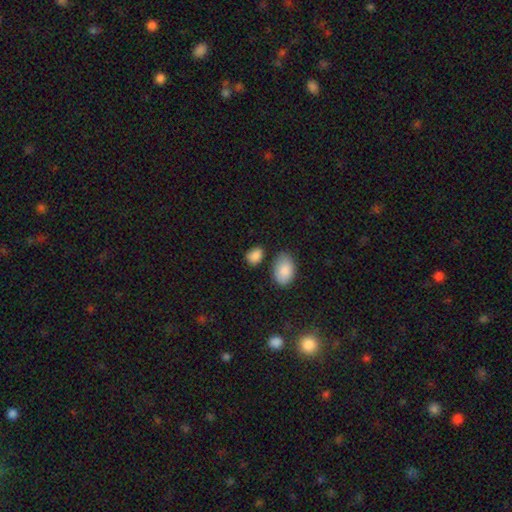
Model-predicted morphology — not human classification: Smooth or featured? Predicted: smooth (p=0.87). How rounded? Predicted: in between (p=0.80). Merging? Predicted: none (p=0.67).